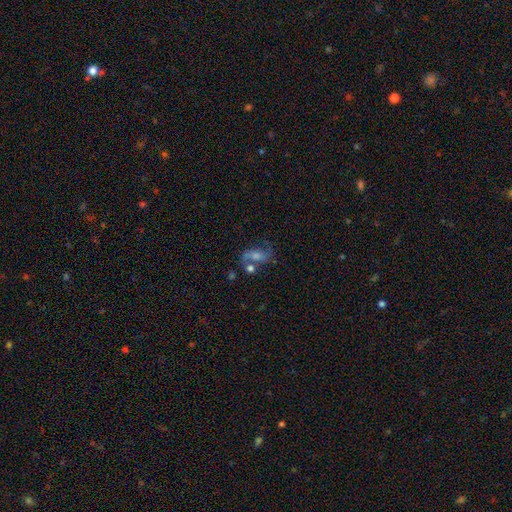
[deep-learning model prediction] A featured or disk galaxy (64%) with no bar (45%), 2 (85%) loose (53%) spiral arms (86%) and a moderate central bulge (44%). Merging: none (50%).